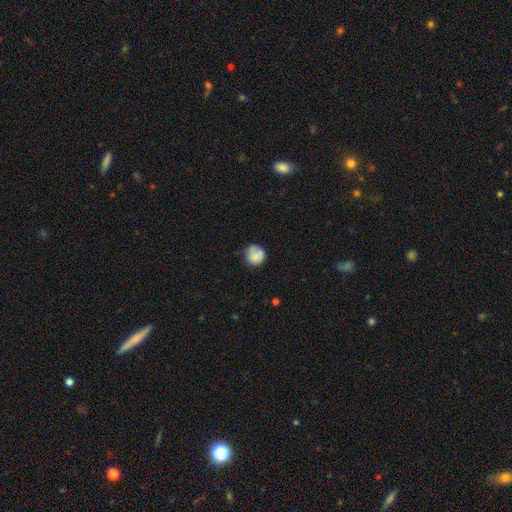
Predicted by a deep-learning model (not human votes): smooth 74%, featured or disk 17%, star or artifact 8%. Down the decision tree: how rounded — round (86%); merging — none (59%).